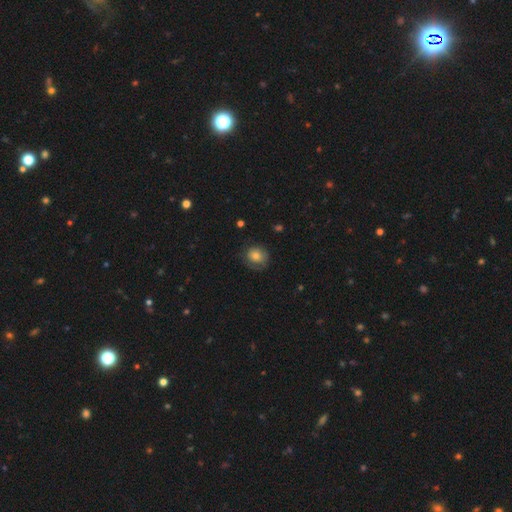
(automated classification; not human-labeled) The model was most divided on "merging": none: 64%, minor disturbance: 23%, major disturbance: 12%, merger: 1%. More confident: how rounded — round (76%); smooth or featured — smooth (66%).